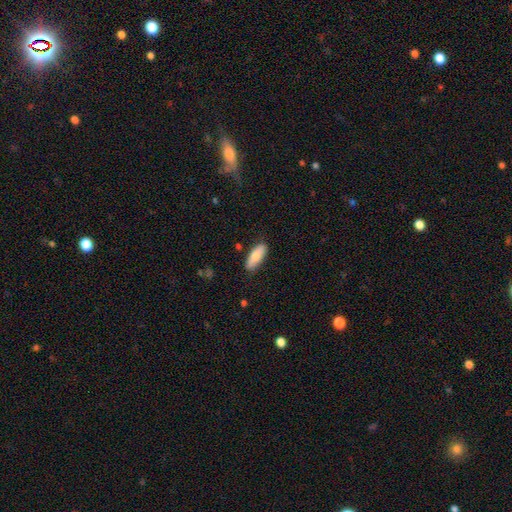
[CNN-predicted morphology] A smooth galaxy with no disk features (78%) that is in between round and cigar-shaped (75%).

Vote fractions:
- Smooth or featured? smooth: 78% / featured or disk: 16% / star or artifact: 6%
- How rounded? in between: 75% / cigar-shaped: 23% / round: 2%
- Merging? none: 84% / minor disturbance: 12% / major disturbance: 2% / merger: 1%